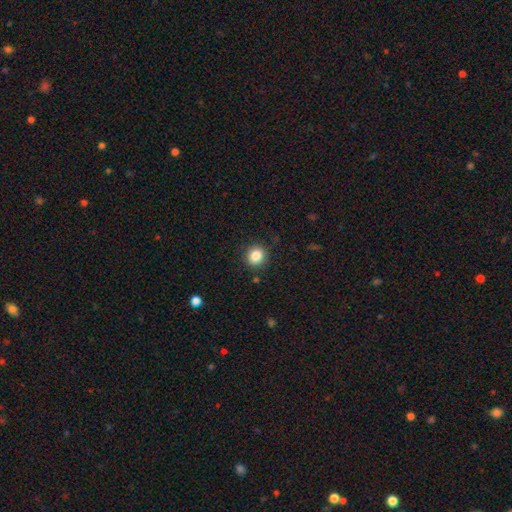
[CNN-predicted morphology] Smooth or featured: smooth — 85% (star or artifact — 10%)
How rounded: round — 85% (in between — 14%)
Merging: none — 89% (minor disturbance — 7%)